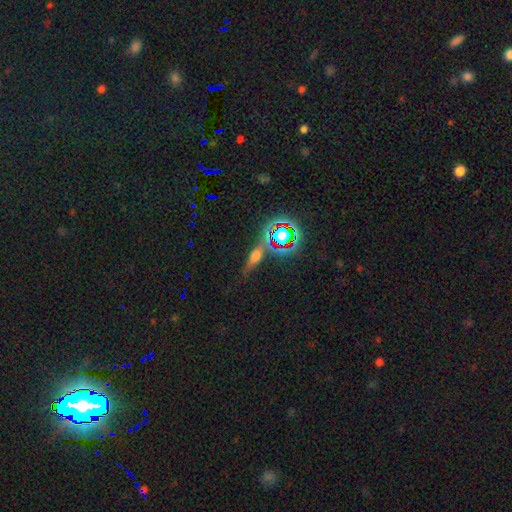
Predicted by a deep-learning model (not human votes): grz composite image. It shows a featured or disk galaxy (41%). Merging: none (75%).